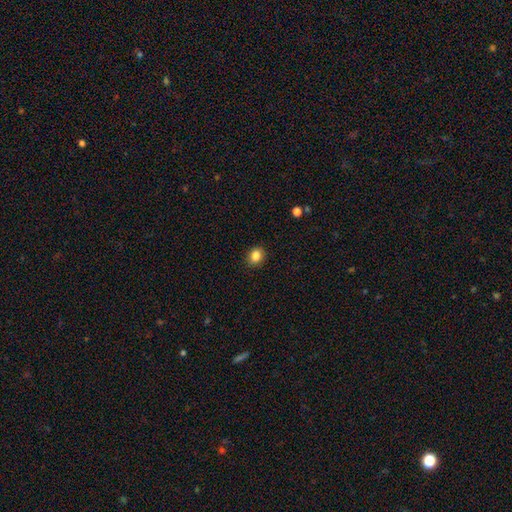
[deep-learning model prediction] Overall: smooth (85%). How rounded: round (58%; in between 41%). Merging: none (89%).